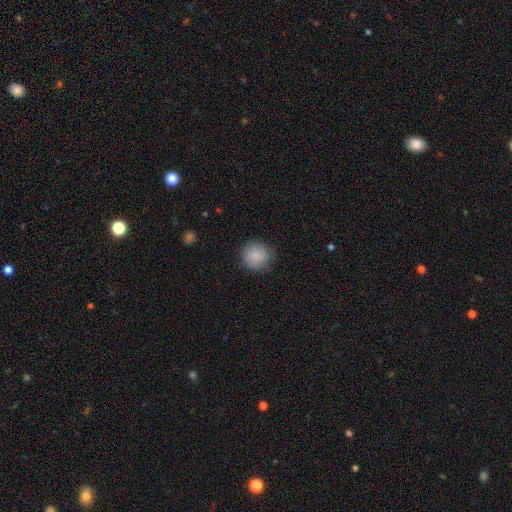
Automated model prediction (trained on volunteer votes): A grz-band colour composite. It shows a smooth galaxy with no disk features (85%) that is round (90%). Merging: none (81%).